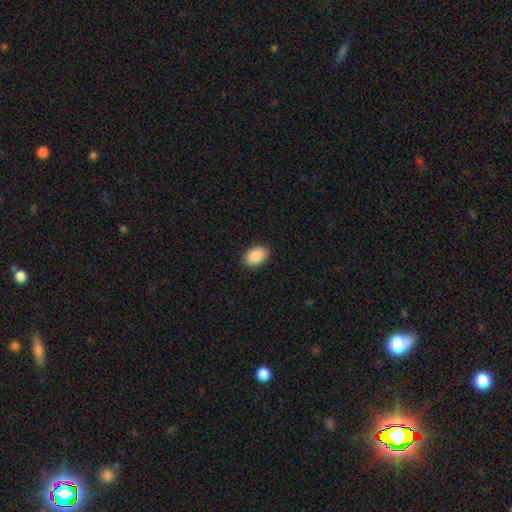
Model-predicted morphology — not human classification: Smooth or featured? smooth (91%)
How rounded? in between (87%)
Merging? none (89%)